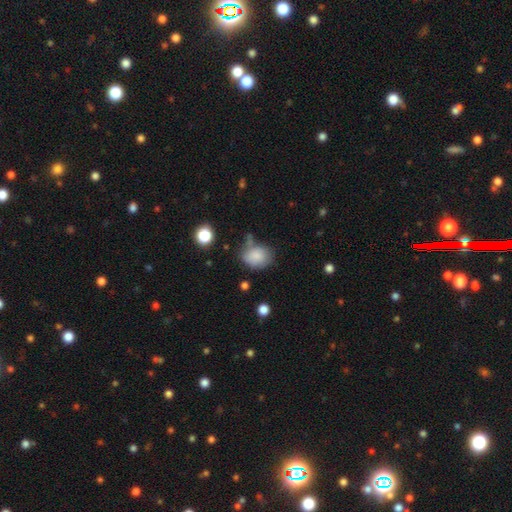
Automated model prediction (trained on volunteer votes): Q: Smooth or featured?
A: smooth (82%); runner-up: star or artifact (9%)
Q: How rounded?
A: in between (51%); runner-up: round (48%)
Q: Merging?
A: none (52%); runner-up: minor disturbance (26%)